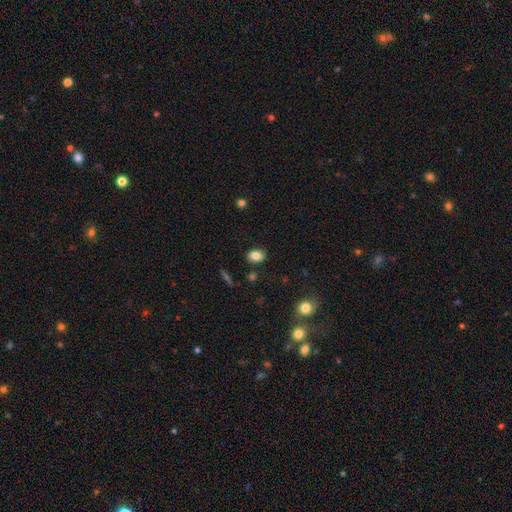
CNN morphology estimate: smooth-or-featured: smooth: 83% | star or artifact: 9% | featured or disk: 7%
  how-rounded: in between: 72% | round: 27% | cigar-shaped: 1%
  merging: none: 86% | minor disturbance: 10% | major disturbance: 2% | merger: 2%